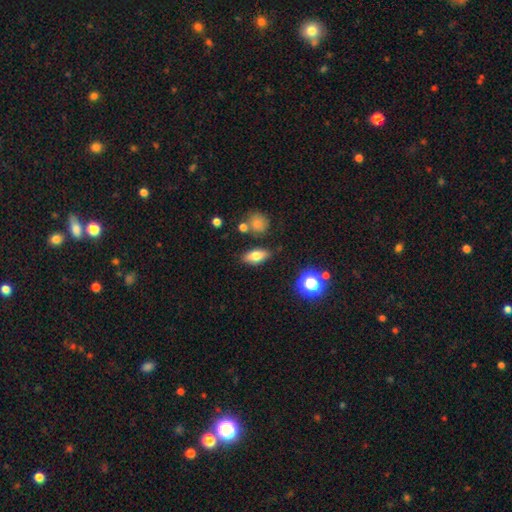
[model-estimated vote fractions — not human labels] Smooth or featured? Predicted: smooth (p=0.72). How rounded? Predicted: in between (p=0.80). Merging? Predicted: none (p=0.81).